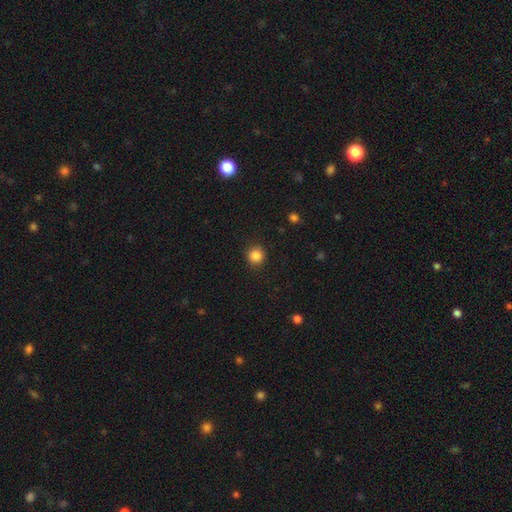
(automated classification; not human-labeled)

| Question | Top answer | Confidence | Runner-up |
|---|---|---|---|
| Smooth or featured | smooth | 86% | star or artifact (11%) |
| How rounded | round | 92% | in between (7%) |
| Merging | none | 91% | minor disturbance (6%) |